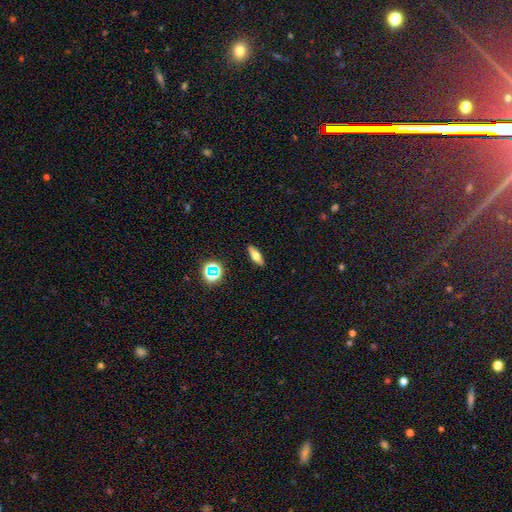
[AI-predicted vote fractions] Smooth or featured: smooth — 55% (featured or disk — 34%)
How rounded: in between — 58% (cigar-shaped — 36%)
Merging: none — 90% (minor disturbance — 7%)